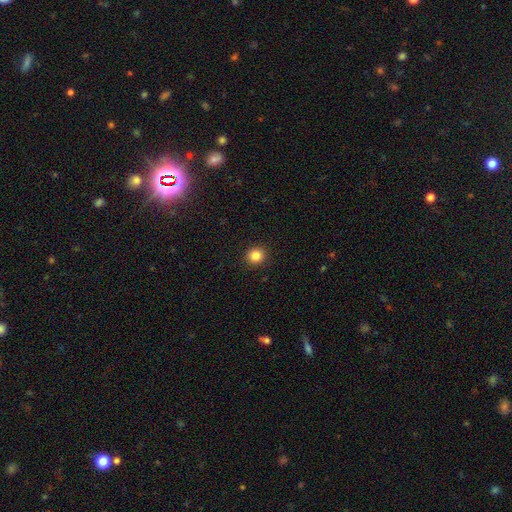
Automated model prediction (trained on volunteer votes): A smooth galaxy with no disk features (85%) that is round (88%).

Vote fractions:
- Smooth or featured? smooth: 85% / star or artifact: 11% / featured or disk: 4%
- How rounded? round: 88% / in between: 11% / cigar-shaped: 1%
- Merging? none: 92% / minor disturbance: 5% / major disturbance: 2% / merger: 1%